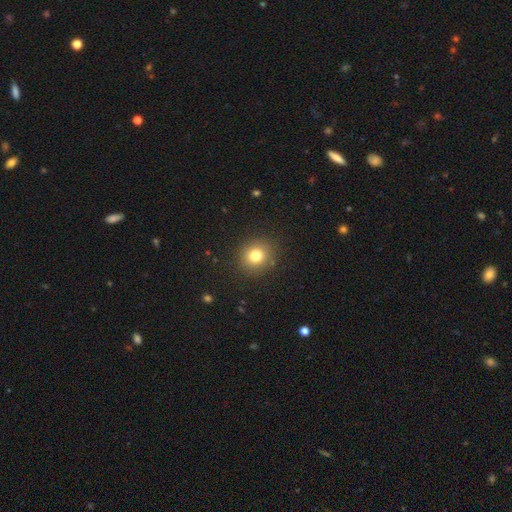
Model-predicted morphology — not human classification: This appears to be a smooth galaxy with no disk features (79%) that is round (85%). Merging: none (89%).